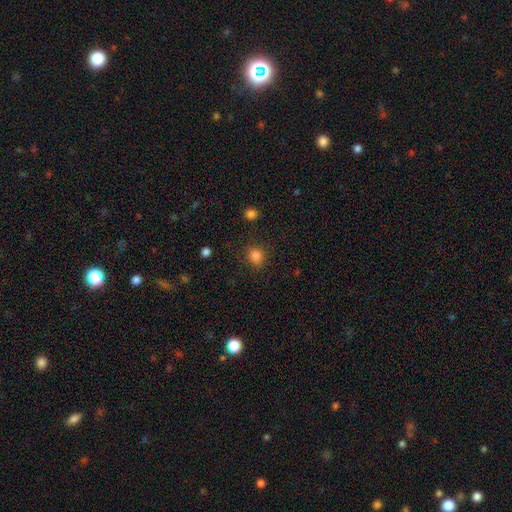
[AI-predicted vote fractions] Smooth or featured: smooth — 83% (star or artifact — 13%)
How rounded: round — 78% (in between — 21%)
Merging: none — 84% (minor disturbance — 10%)